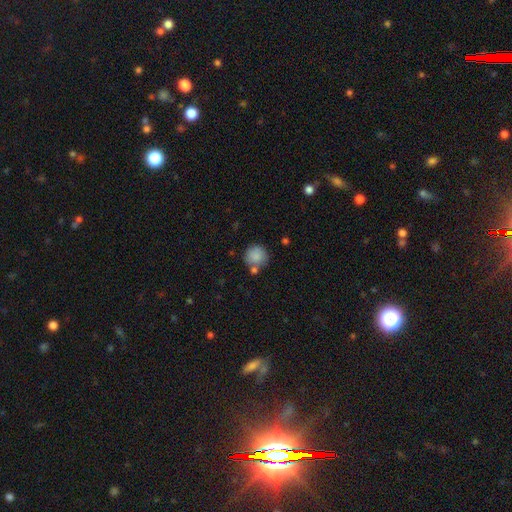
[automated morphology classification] Overall: smooth (85%). How rounded: round (93%). Merging: none (67%).